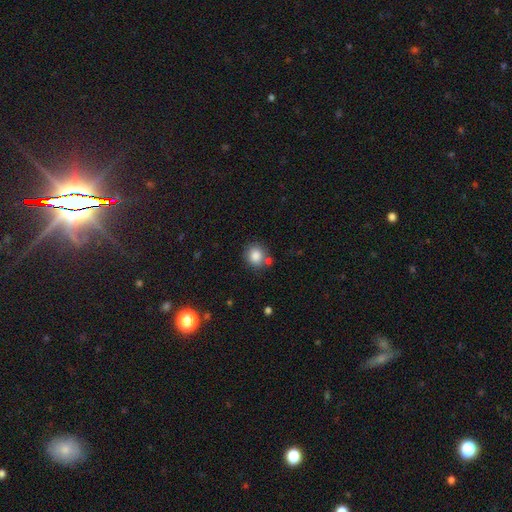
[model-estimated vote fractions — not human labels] smooth 85%, star or artifact 10%, featured or disk 6%. Down the decision tree: how rounded — round (82%); merging — none (71%).